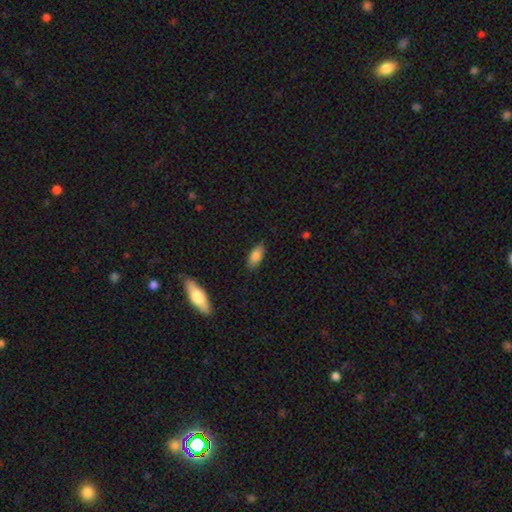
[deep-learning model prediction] Q: Smooth or featured?
A: smooth (84%); runner-up: featured or disk (9%)
Q: How rounded?
A: in between (84%); runner-up: cigar-shaped (14%)
Q: Merging?
A: none (85%); runner-up: minor disturbance (11%)